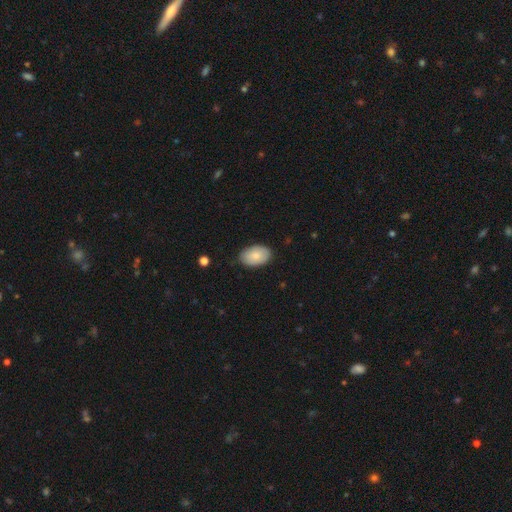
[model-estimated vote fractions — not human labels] A smooth galaxy with no disk features (84%) that is in between round and cigar-shaped (92%).

Vote fractions:
- Smooth or featured? smooth: 84% / featured or disk: 10% / star or artifact: 6%
- How rounded? in between: 92% / round: 7% / cigar-shaped: 1%
- Merging? none: 84% / minor disturbance: 12% / major disturbance: 2% / merger: 1%